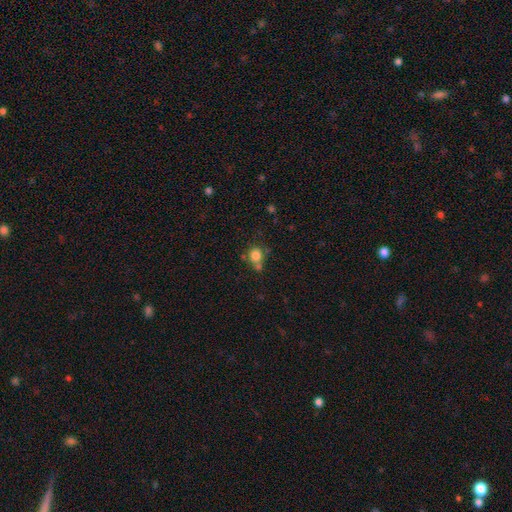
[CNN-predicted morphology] A smooth galaxy with no disk features (80%) that is round (77%).

Vote fractions:
- Smooth or featured? smooth: 80% / star or artifact: 12% / featured or disk: 9%
- How rounded? round: 77% / in between: 22% / cigar-shaped: 1%
- Merging? none: 52% / merger: 25% / minor disturbance: 16% / major disturbance: 7%